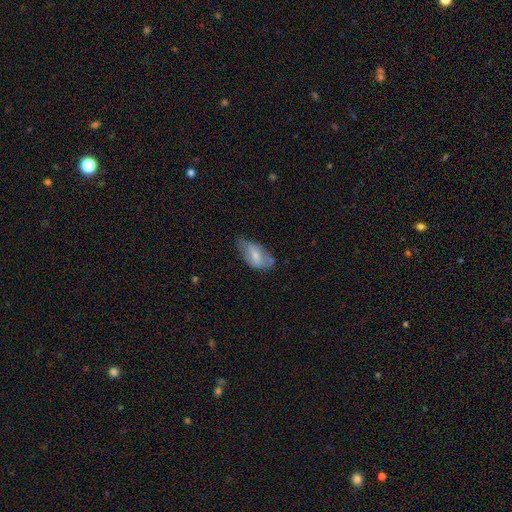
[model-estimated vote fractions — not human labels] This is likely a smooth galaxy (60%). How rounded: clearly in between (91%). Merging: marginally minor disturbance (41%).